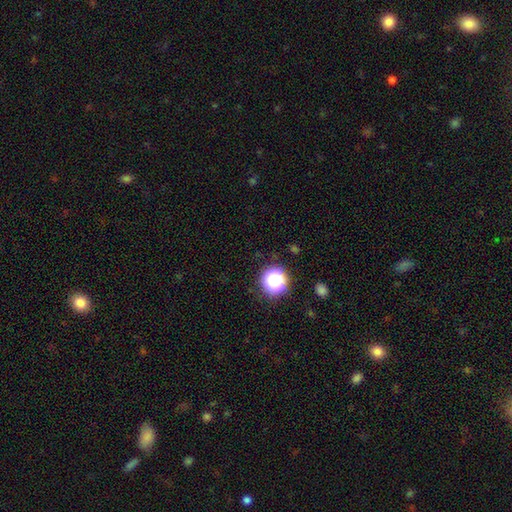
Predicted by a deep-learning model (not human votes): This is likely a star or artifact rather than a galaxy (64%).